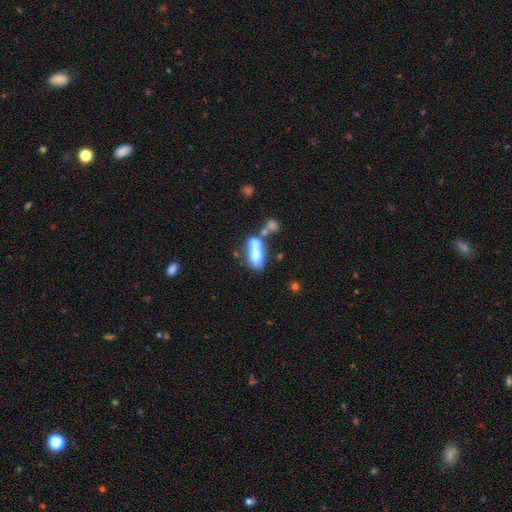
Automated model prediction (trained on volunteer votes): Smooth or featured: smooth — 55% (featured or disk — 35%)
How rounded: in between — 72% (cigar-shaped — 23%)
Merging: merger — 44% (none — 22%)